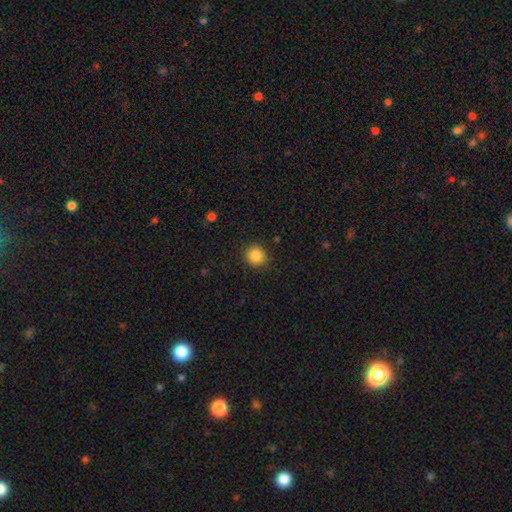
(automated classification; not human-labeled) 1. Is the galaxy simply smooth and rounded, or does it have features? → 87% smooth, 9% star or artifact, 4% featured or disk.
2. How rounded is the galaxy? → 88% round, 11% in between, 1% cigar-shaped.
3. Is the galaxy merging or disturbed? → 90% none, 7% minor disturbance, 2% major disturbance, 1% merger.